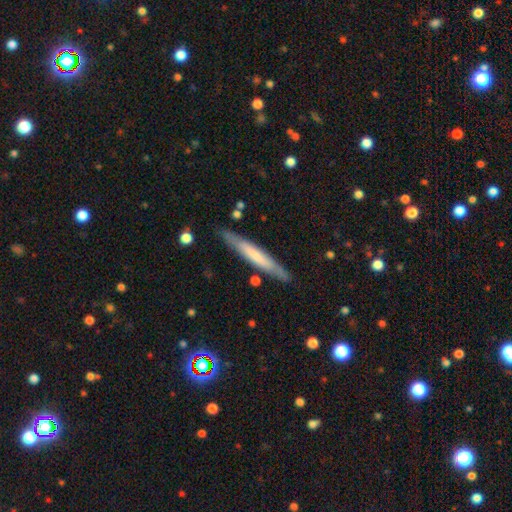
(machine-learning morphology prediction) Smooth or featured? smooth (55%)
How rounded? cigar-shaped (93%)
Merging? none (85%)